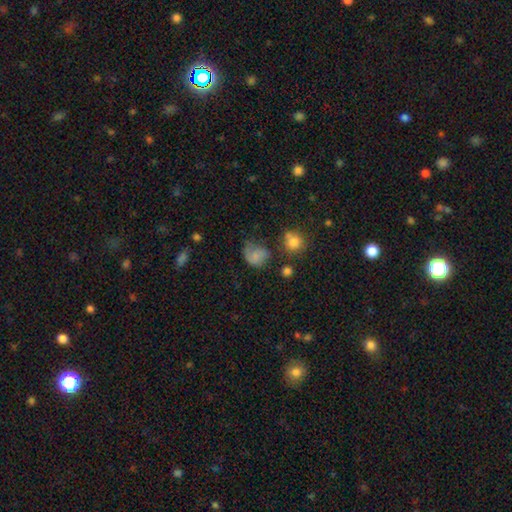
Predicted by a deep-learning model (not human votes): Smooth or featured?
  - smooth: 69% *
  - featured or disk: 18%
  - star or artifact: 13%
How rounded?
  - round: 57% *
  - in between: 41%
  - cigar-shaped: 1%
Merging?
  - none: 38% *
  - minor disturbance: 32%
  - major disturbance: 24%
  - merger: 6%